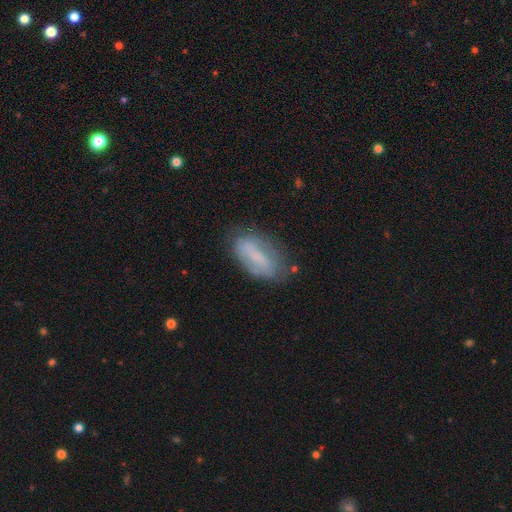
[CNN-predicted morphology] This is possibly a smooth galaxy (52%). How rounded: clearly in between (82%). Merging: likely none (66%).